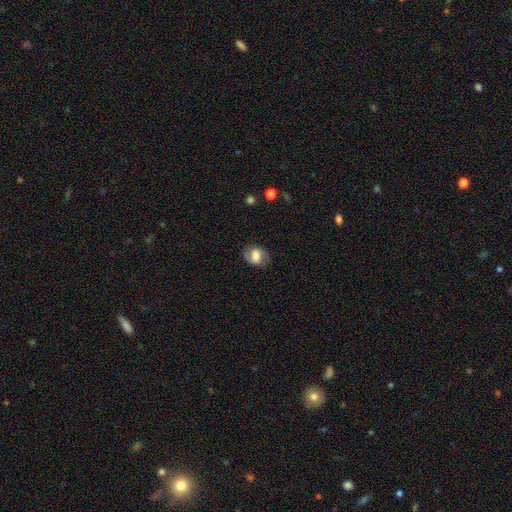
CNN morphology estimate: type=featured or disk (55%); edge-on=no (96%); bar=weak (43%); spiral arms=yes (81%); bulge=moderate (39%); merging=none (77%).